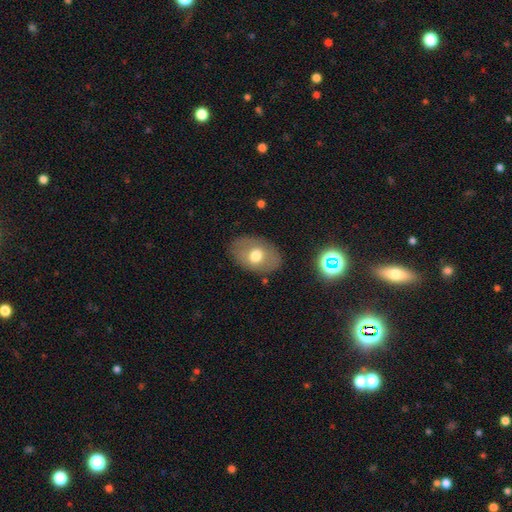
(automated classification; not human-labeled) Q: Smooth or featured?
A: smooth (63%); runner-up: featured or disk (28%)
Q: How rounded?
A: in between (80%); runner-up: round (19%)
Q: Merging?
A: none (81%); runner-up: minor disturbance (13%)